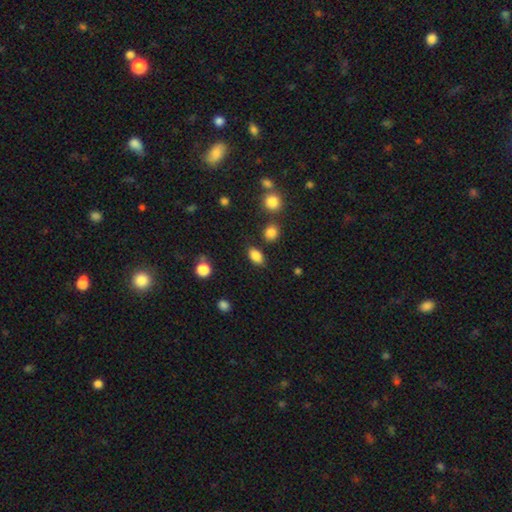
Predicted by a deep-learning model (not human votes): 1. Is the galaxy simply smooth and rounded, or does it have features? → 85% smooth, 10% star or artifact, 5% featured or disk.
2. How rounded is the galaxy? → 84% in between, 13% round, 3% cigar-shaped.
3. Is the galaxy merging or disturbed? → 79% none, 13% minor disturbance, 4% merger, 4% major disturbance.